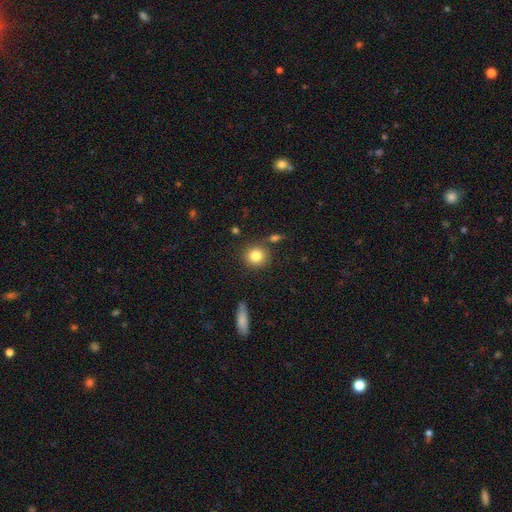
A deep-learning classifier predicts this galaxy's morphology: A smooth galaxy with no disk features (83%) that is round (88%). Merging: none (78%).